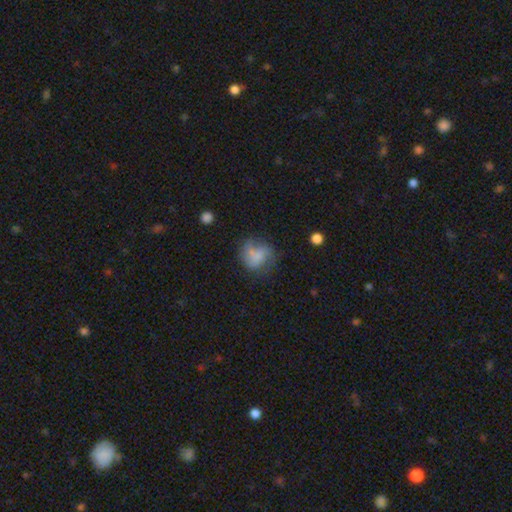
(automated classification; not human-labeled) Smooth or featured? smooth (65%)
How rounded? round (62%)
Merging? none (43%)